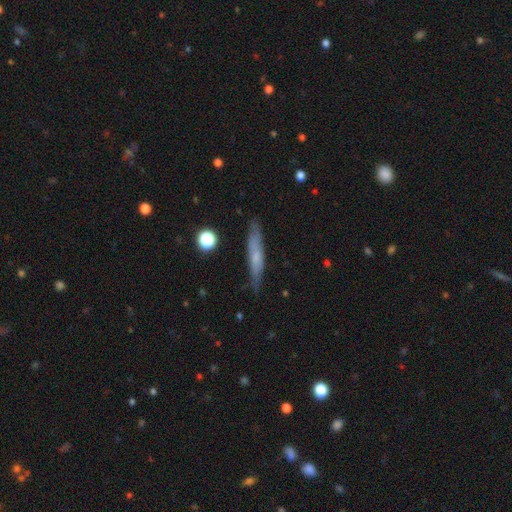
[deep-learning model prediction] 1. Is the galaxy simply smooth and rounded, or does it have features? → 55% smooth, 38% featured or disk, 7% star or artifact.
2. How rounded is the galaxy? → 89% cigar-shaped, 9% in between, 2% round.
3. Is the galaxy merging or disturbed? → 82% none, 14% minor disturbance, 3% major disturbance, 2% merger.